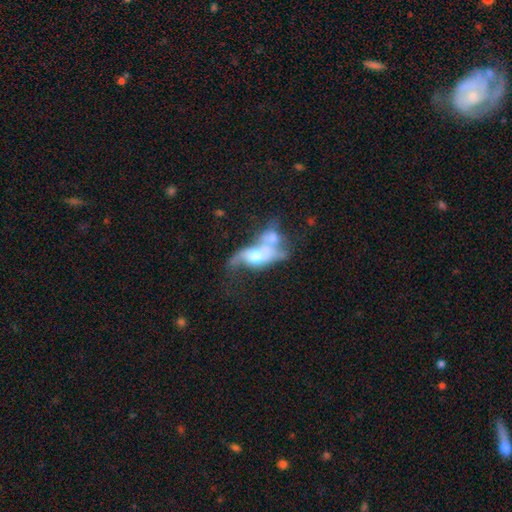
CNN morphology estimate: This is possibly a featured or disk galaxy (54%). It is clearly not viewed edge-on (89%). Merging: likely merger (64%).